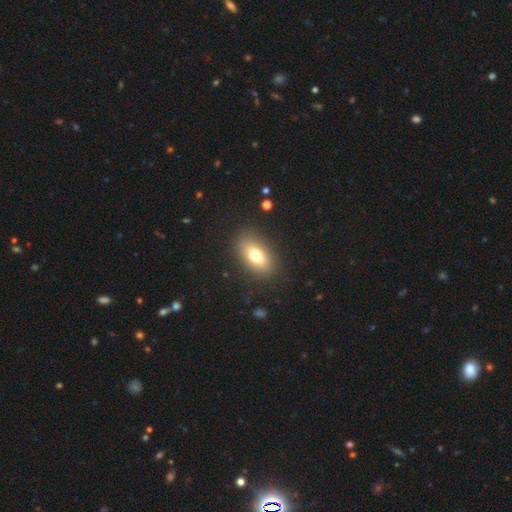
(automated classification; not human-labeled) smooth-or-featured: smooth: 73% | featured or disk: 17% | star or artifact: 10%
  how-rounded: in between: 86% | round: 11% | cigar-shaped: 3%
  merging: none: 86% | minor disturbance: 9% | major disturbance: 4% | merger: 1%